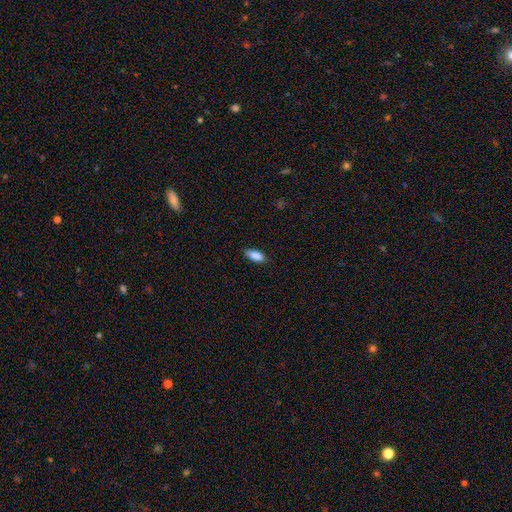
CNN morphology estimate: This appears to be a smooth galaxy with no disk features (87%) that is in between round and cigar-shaped (81%). Merging: none (85%).